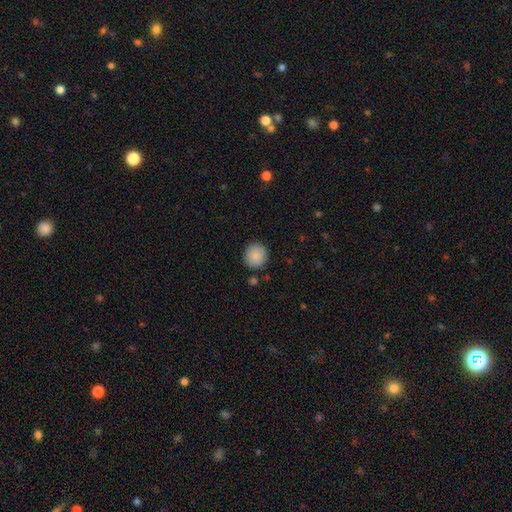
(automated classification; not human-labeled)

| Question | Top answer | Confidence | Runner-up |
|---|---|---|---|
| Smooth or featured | smooth | 89% | star or artifact (7%) |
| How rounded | round | 90% | in between (9%) |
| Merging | none | 88% | minor disturbance (8%) |